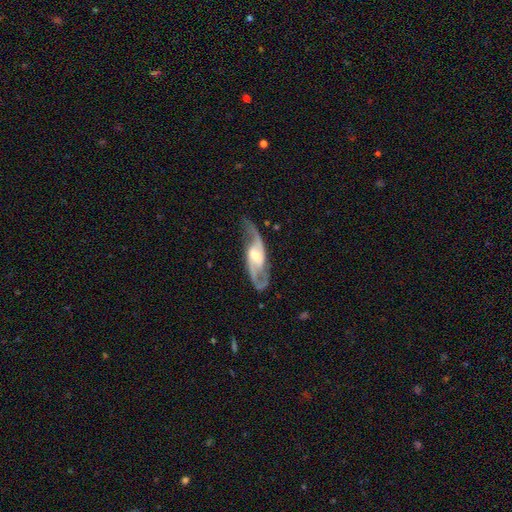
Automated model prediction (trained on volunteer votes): Smooth or featured? featured or disk (89%)
Edge-on disk? no (92%)
Bar? weak (46%)
Spiral arms? yes (96%)
Spiral winding? medium (47%)
Spiral arm count? 2 (92%)
Bulge size? moderate (55%)
Merging? none (75%)